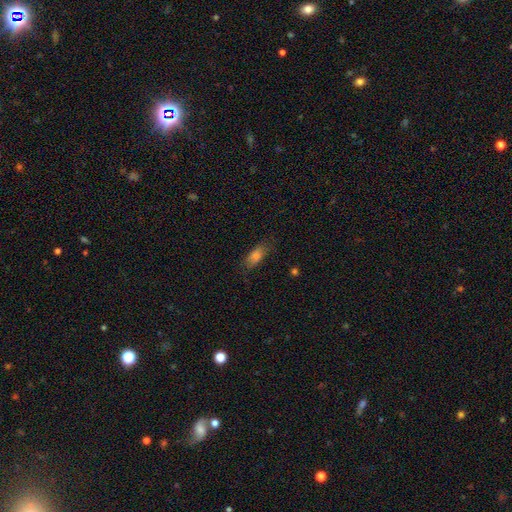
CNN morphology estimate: A smooth galaxy with no disk features (73%) that is in between round and cigar-shaped (73%). Merging: none (77%).